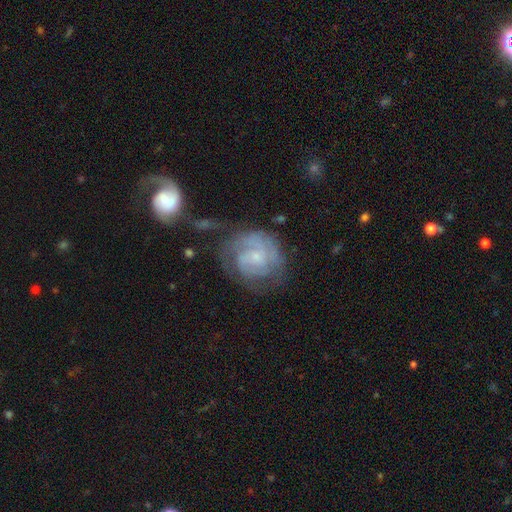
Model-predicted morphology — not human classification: Smooth or featured? featured or disk (77%)
Edge-on disk? no (98%)
Bar? no (60%)
Spiral arms? yes (92%)
Spiral winding? tight (60%)
Spiral arm count? 2 (36%)
Bulge size? small (69%)
Merging? none (54%)